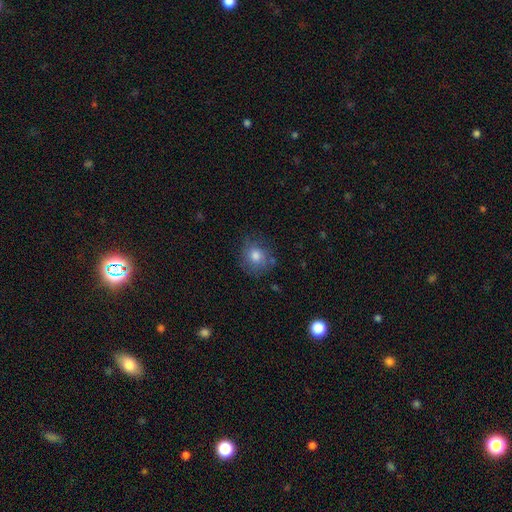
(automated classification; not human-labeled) This is likely a smooth galaxy (78%). How rounded: likely round (78%). Merging: likely none (73%).